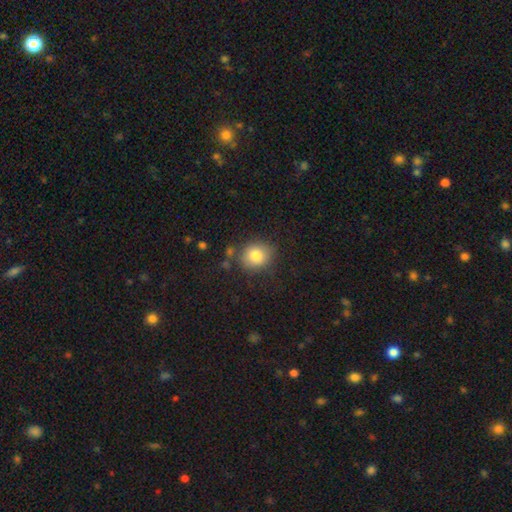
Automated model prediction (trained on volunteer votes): Smooth or featured?
  - smooth: 81% *
  - star or artifact: 10%
  - featured or disk: 9%
How rounded?
  - round: 76% *
  - in between: 23%
  - cigar-shaped: 1%
Merging?
  - none: 79% *
  - minor disturbance: 13%
  - major disturbance: 4%
  - merger: 4%